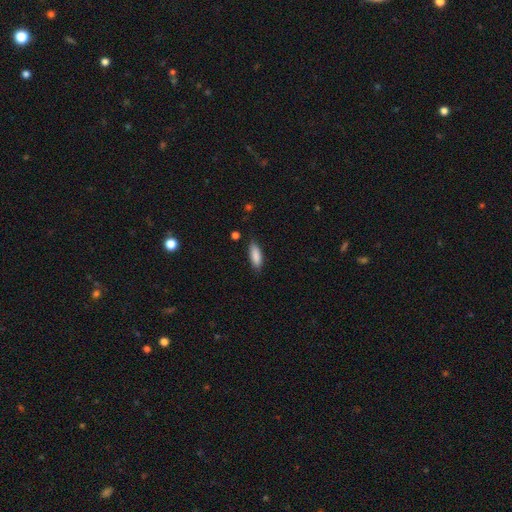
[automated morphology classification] smooth-or-featured: smooth: 87% | featured or disk: 6% | star or artifact: 6%
  how-rounded: in between: 62% | cigar-shaped: 36% | round: 2%
  merging: none: 82% | minor disturbance: 14% | major disturbance: 2% | merger: 2%